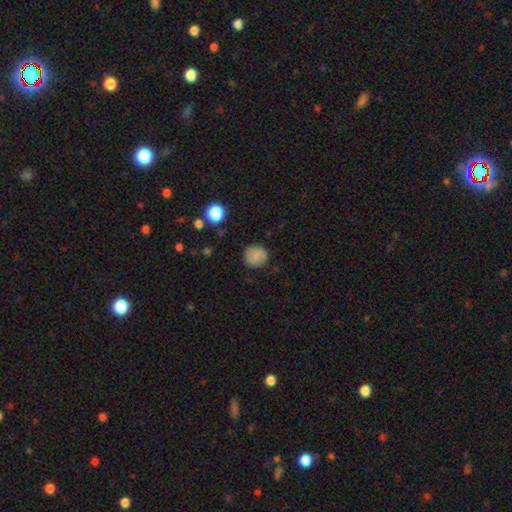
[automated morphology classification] type=smooth (80%); roundness=round (90%); merging=none (85%).